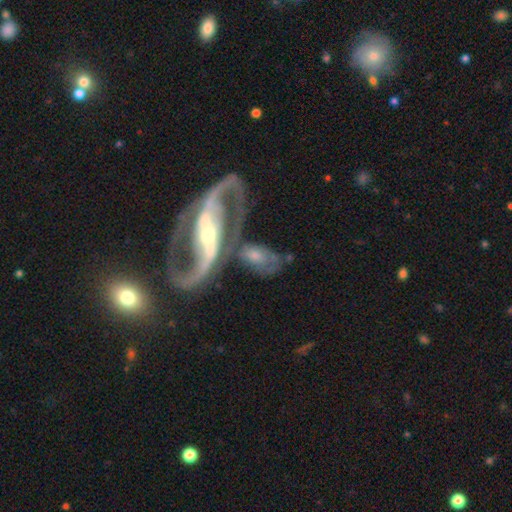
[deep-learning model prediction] featured or disk 67%, smooth 27%, star or artifact 6%. Down the decision tree: edge-on disk — no (86%); bar — strong (34%); spiral arms — yes (75%); bulge size — moderate (54%); merging — merger (39%).